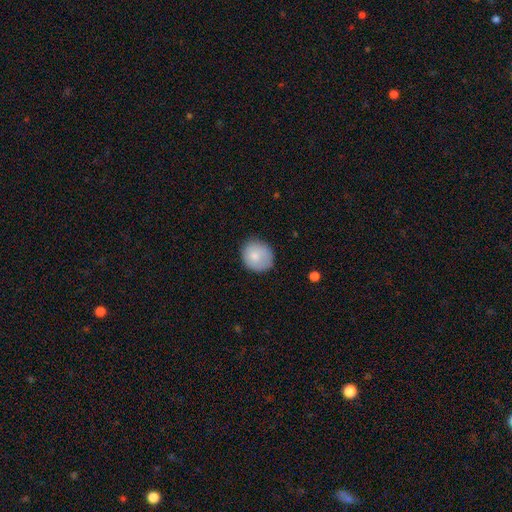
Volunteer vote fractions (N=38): This appears to be a smooth galaxy with no disk features (87%) that is round (76%). Merging: none (72%).